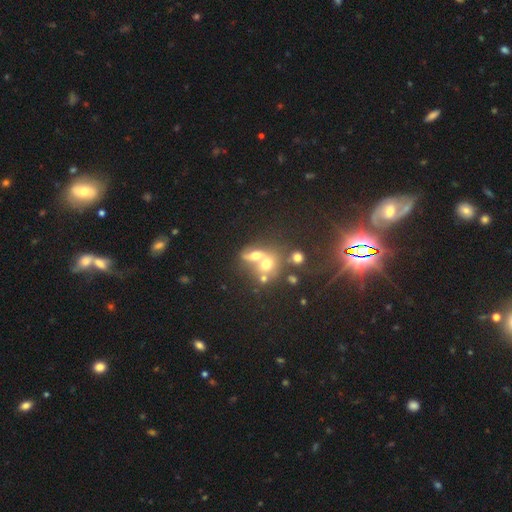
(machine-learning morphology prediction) smooth 56%, featured or disk 27%, star or artifact 17%. Down the decision tree: how rounded — round (48%, tied with in between); merging — merger (60%).